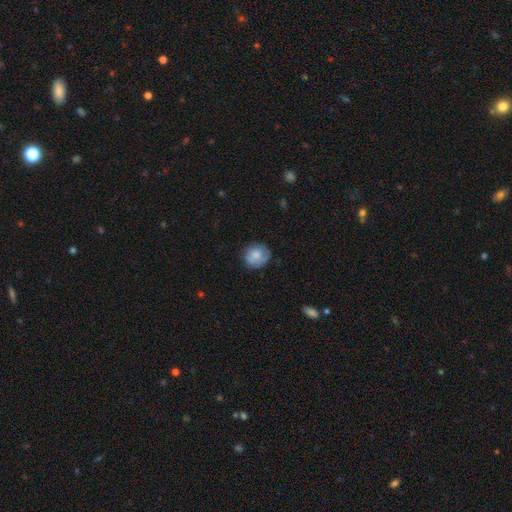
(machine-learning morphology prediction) Smooth or featured? smooth (77%)
How rounded? round (85%)
Merging? none (76%)